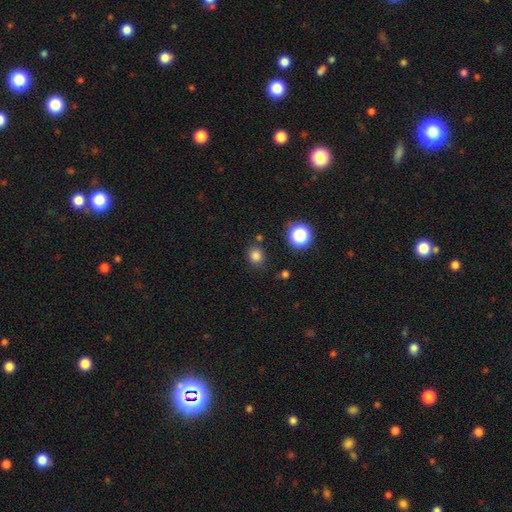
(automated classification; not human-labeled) Smooth or featured?
  - smooth: 79% *
  - star or artifact: 16%
  - featured or disk: 4%
How rounded?
  - round: 78% *
  - in between: 21%
  - cigar-shaped: 1%
Merging?
  - none: 81% *
  - minor disturbance: 11%
  - merger: 5%
  - major disturbance: 3%